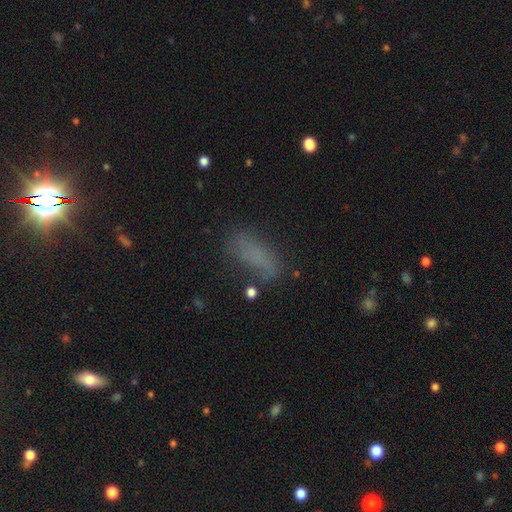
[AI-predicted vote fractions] Smooth or featured?
  - smooth: 69% *
  - star or artifact: 17%
  - featured or disk: 14%
How rounded?
  - in between: 73% *
  - cigar-shaped: 23%
  - round: 4%
Merging?
  - none: 60% *
  - minor disturbance: 22%
  - major disturbance: 13%
  - merger: 4%